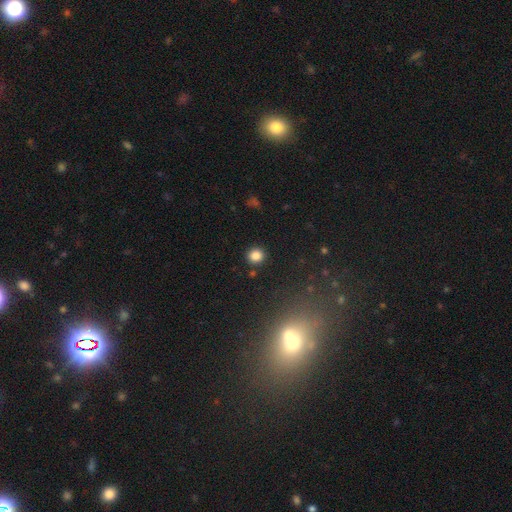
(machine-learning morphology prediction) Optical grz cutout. It shows a smooth galaxy with no disk features (84%) that is round (88%). Merging: none (90%).